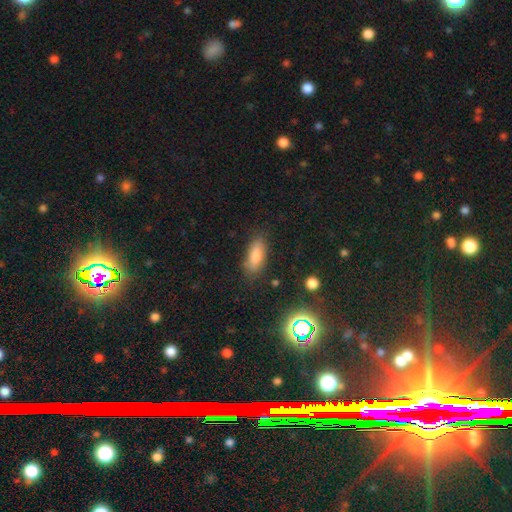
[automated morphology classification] Overall: smooth (76%). How rounded: in between (74%). Merging: none (80%).